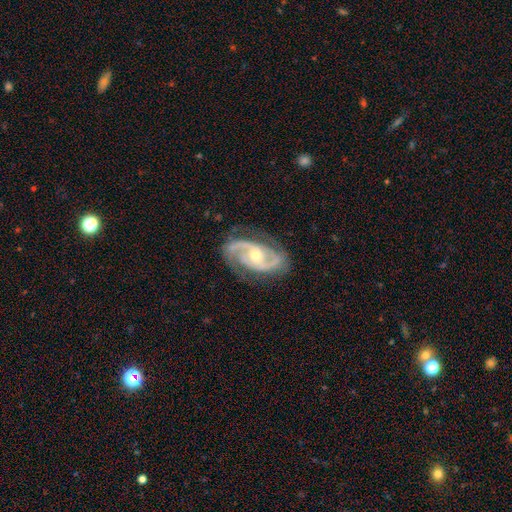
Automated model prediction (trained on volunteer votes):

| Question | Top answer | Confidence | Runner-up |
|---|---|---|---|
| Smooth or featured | featured or disk | 91% | smooth (5%) |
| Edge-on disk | no | 97% | yes (3%) |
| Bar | no | 56% | weak (32%) |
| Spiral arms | yes | 97% | no (3%) |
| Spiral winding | medium | 53% | tight (33%) |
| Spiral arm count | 2 | 86% | 3 (5%) |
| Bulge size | moderate | 51% | small (46%) |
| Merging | none | 77% | minor disturbance (16%) |